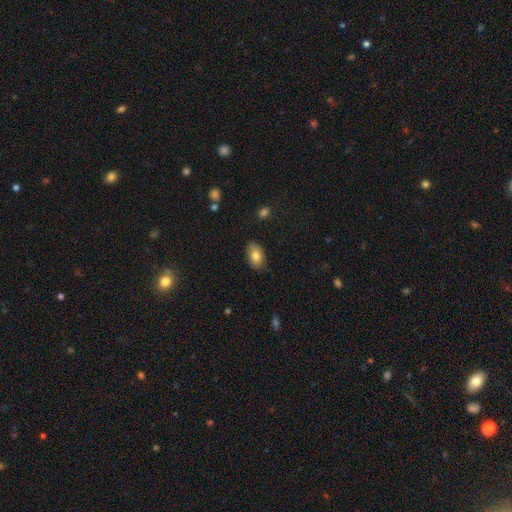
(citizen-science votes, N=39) A smooth galaxy with no disk features (92%) that is in between round and cigar-shaped (94%).

Vote fractions:
- Smooth or featured? smooth: 92% / featured or disk: 5% / star or artifact: 3%
- How rounded? in between: 94% / round: 3% / cigar-shaped: 3%
- Merging? none: 82% / minor disturbance: 13% / major disturbance: 5% / merger: 0%